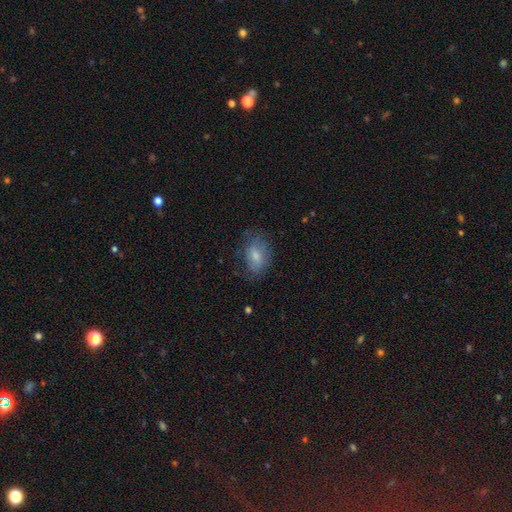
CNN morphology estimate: smooth 74%, featured or disk 18%, star or artifact 8%. Down the decision tree: how rounded — in between (81%); merging — none (64%).